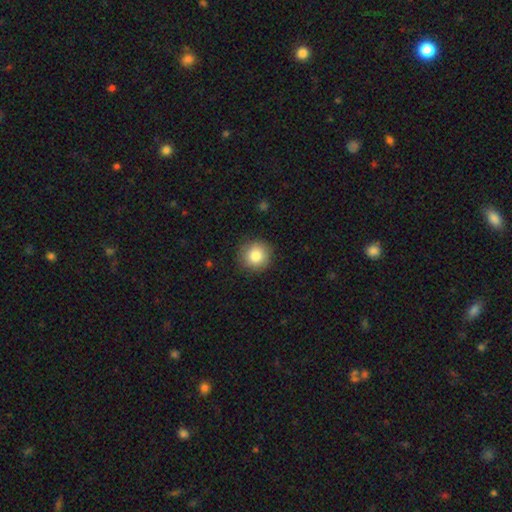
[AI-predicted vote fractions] smooth_or_featured: smooth (p=0.84) [alt: star or artifact p=0.09]
how_rounded: round (p=0.92) [alt: in between p=0.07]
merging: none (p=0.88) [alt: minor disturbance p=0.09]